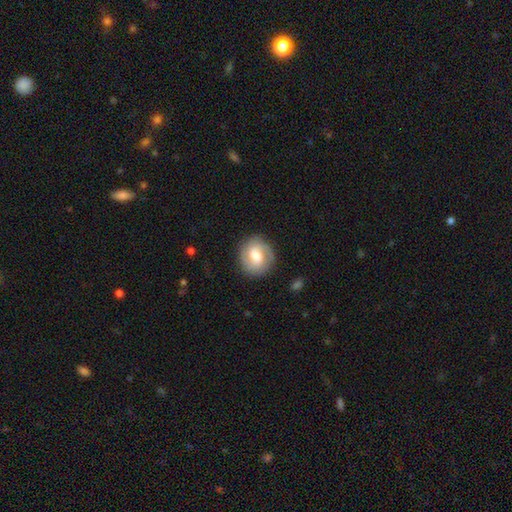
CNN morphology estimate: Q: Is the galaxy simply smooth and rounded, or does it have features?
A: featured or disk — 55%.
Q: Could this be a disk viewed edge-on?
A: no — 97%.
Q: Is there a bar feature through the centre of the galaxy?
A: weak — 52%.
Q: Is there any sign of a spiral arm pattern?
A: yes — 84%.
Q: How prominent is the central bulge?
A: moderate — 59%.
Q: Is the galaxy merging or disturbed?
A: none — 82%.